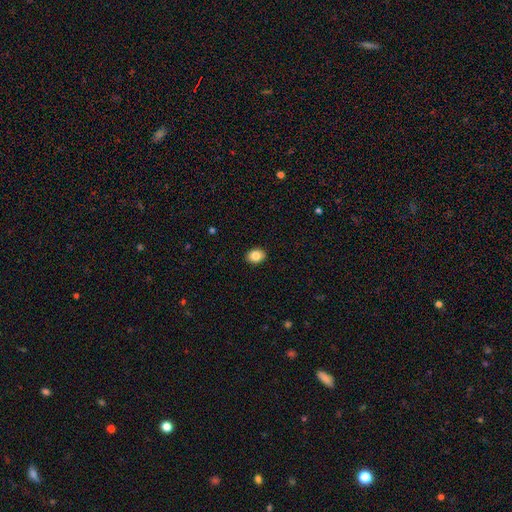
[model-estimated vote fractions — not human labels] Smooth or featured: smooth — 85% (star or artifact — 9%)
How rounded: in between — 64% (round — 35%)
Merging: none — 91% (minor disturbance — 6%)